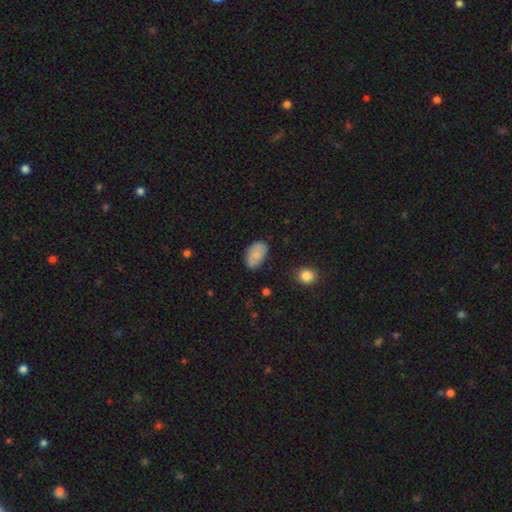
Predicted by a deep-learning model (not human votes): Smooth or featured? smooth (78%)
How rounded? in between (92%)
Merging? none (75%)